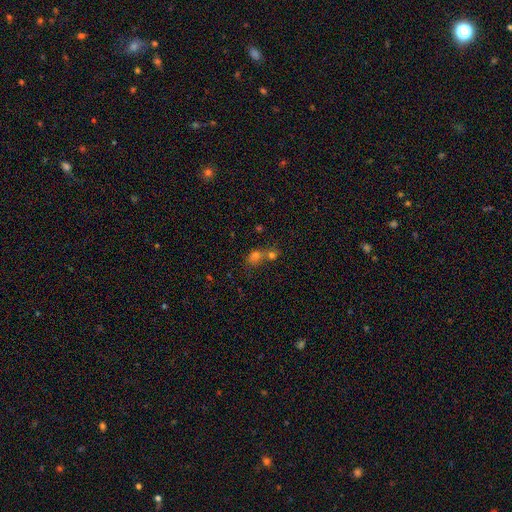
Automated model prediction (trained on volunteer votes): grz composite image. It shows a smooth galaxy with no disk features (68%) that is round (63%). Merging: merger (58%).